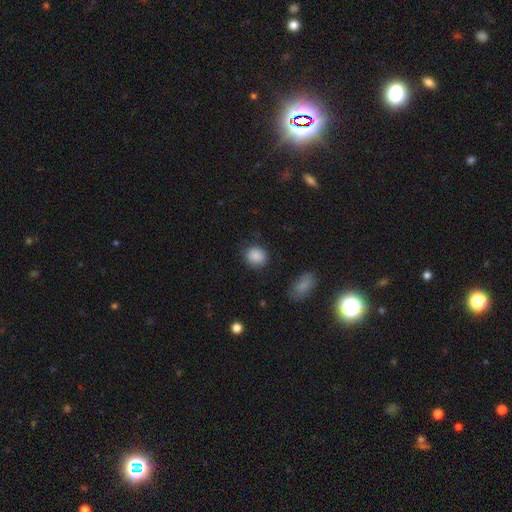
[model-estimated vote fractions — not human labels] This is clearly a smooth galaxy (88%). How rounded: likely round (74%). Merging: clearly none (83%).